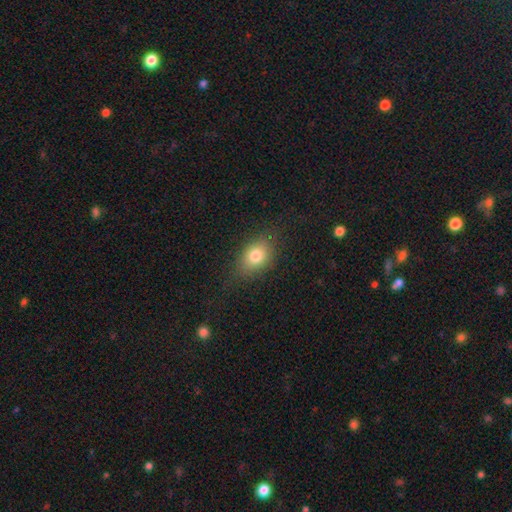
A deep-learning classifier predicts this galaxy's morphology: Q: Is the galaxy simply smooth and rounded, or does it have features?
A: smooth — 78%.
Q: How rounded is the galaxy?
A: in between — 71%.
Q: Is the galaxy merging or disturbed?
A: none — 77%.